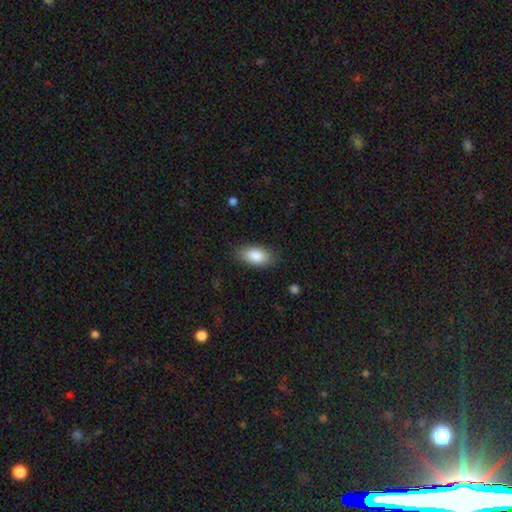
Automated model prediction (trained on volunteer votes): This is clearly a smooth galaxy (87%). How rounded: clearly in between (92%). Merging: clearly none (85%).